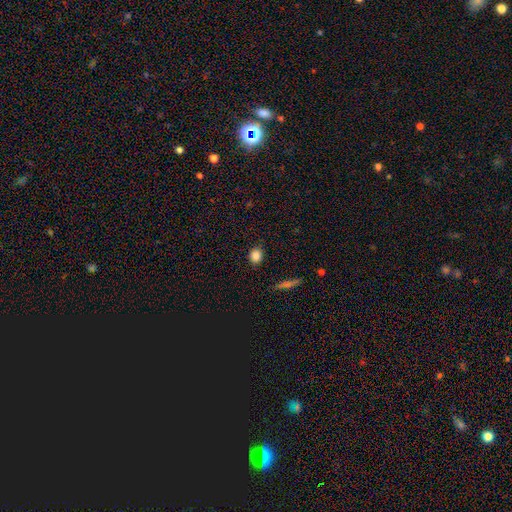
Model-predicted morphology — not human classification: A smooth galaxy with no disk features (84%) that is round (70%). Merging: none (87%).